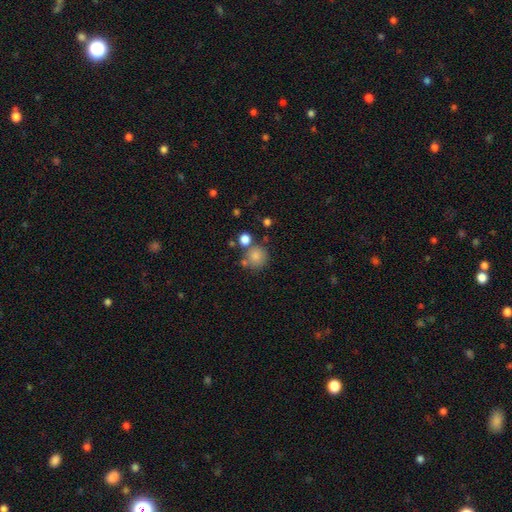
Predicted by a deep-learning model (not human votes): Smooth or featured? smooth (81%)
How rounded? round (90%)
Merging? none (69%)